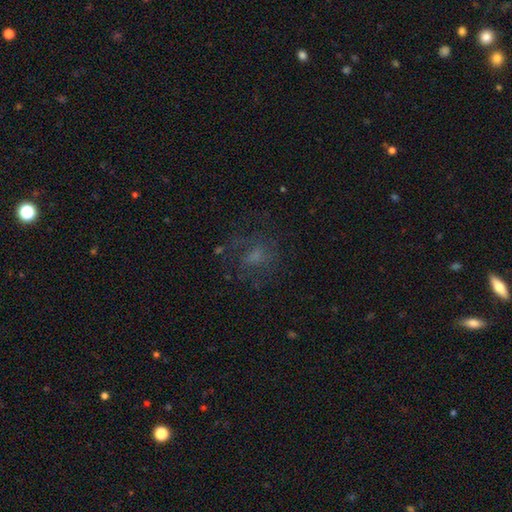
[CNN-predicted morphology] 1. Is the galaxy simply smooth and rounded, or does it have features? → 39% featured or disk, 38% smooth, 23% star or artifact.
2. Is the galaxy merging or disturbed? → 61% none, 20% major disturbance, 17% minor disturbance, 2% merger.